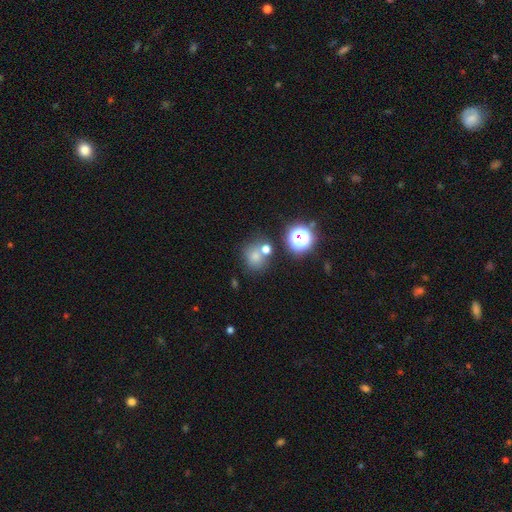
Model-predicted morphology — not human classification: type=smooth (51%); roundness=round (81%); merging=none (63%).